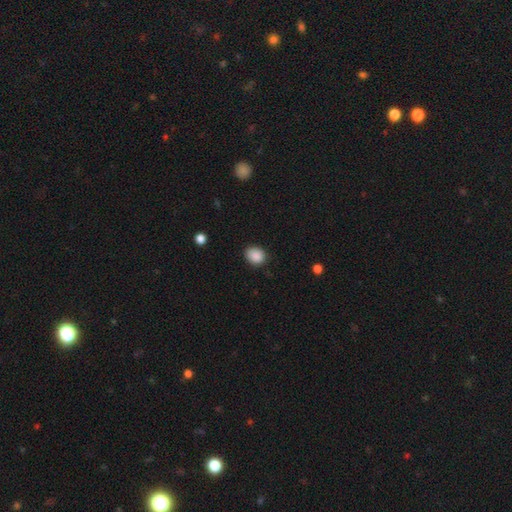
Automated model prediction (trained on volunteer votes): Smooth or featured? Predicted: smooth (p=0.88). How rounded? Predicted: round (p=0.55). Merging? Predicted: none (p=0.86).